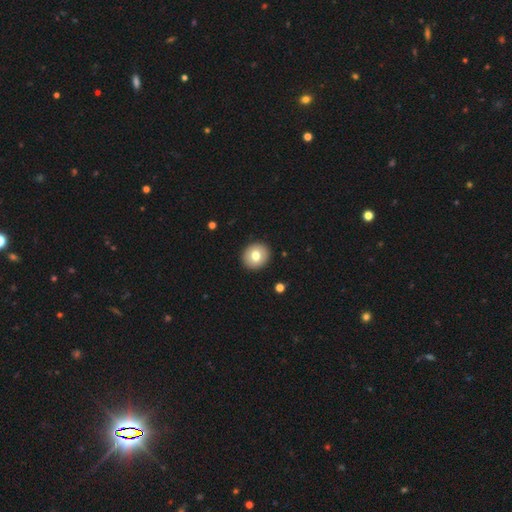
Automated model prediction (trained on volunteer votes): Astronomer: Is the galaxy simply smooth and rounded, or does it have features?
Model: smooth — 75%.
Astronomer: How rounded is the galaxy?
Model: round — 83%.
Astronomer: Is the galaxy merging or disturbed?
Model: none — 92%.